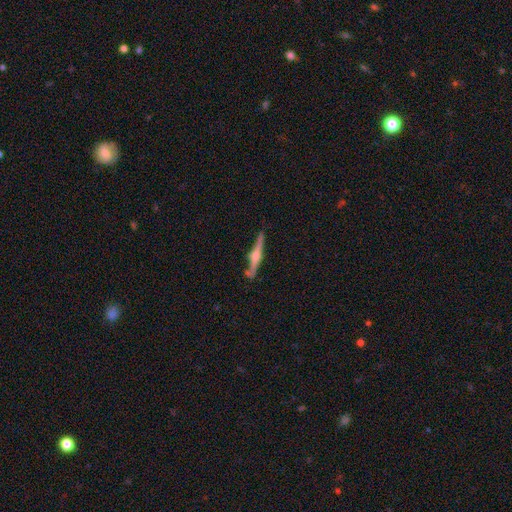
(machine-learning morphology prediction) featured or disk 74%, smooth 20%, star or artifact 6%. Down the decision tree: edge-on disk — yes (98%); edge-on bulge — rounded (88%); merging — none (83%).